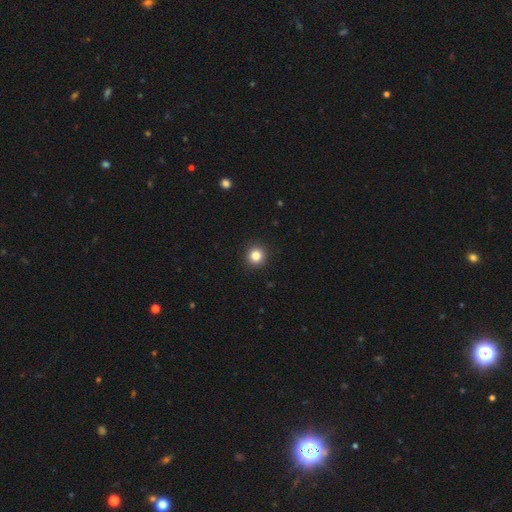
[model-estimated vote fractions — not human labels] smooth 84%, star or artifact 11%, featured or disk 5%. Down the decision tree: how rounded — round (93%); merging — none (93%).